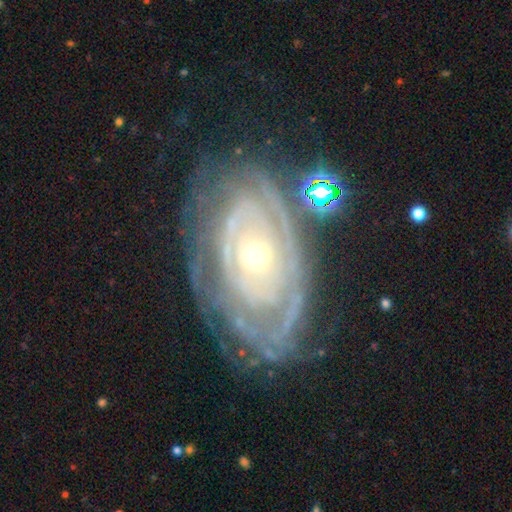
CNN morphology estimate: Q: Smooth or featured?
A: featured or disk (85%); runner-up: smooth (9%)
Q: Edge-on disk?
A: no (94%); runner-up: yes (6%)
Q: Bar?
A: no (83%); runner-up: weak (12%)
Q: Spiral arms?
A: yes (83%); runner-up: no (17%)
Q: Spiral winding?
A: tight (80%); runner-up: medium (15%)
Q: Spiral arm count?
A: can't tell (47%); runner-up: 2 (17%)
Q: Bulge size?
A: moderate (50%); runner-up: small (45%)
Q: Merging?
A: none (69%); runner-up: minor disturbance (18%)